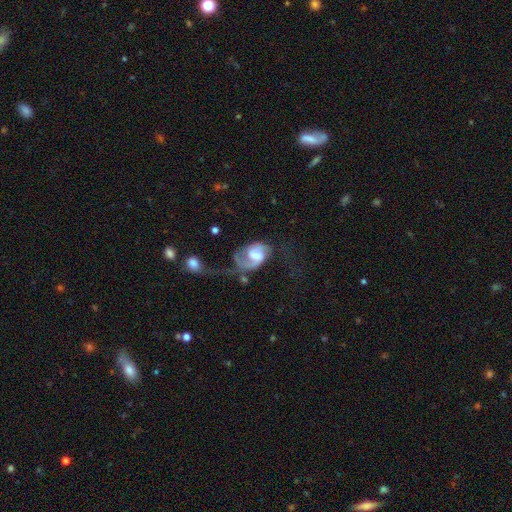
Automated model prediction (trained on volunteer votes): Smooth or featured?
  - featured or disk: 78% *
  - smooth: 15%
  - star or artifact: 6%
Edge-on disk?
  - no: 98% *
  - yes: 2%
Bar?
  - weak: 53% *
  - no: 30%
  - strong: 17%
Spiral arms?
  - yes: 92% *
  - no: 8%
Spiral winding?
  - medium: 43% *
  - loose: 38%
  - tight: 19%
Spiral arm count?
  - 2: 78% *
  - 1: 11%
  - can't tell: 7%
  - 3: 2%
  - 4: 1%
  - more than 4: 1%
Bulge size?
  - moderate: 51% *
  - small: 28%
  - large: 13%
  - none: 7%
  - dominant: 2%
Merging?
  - major disturbance: 42% *
  - none: 27%
  - minor disturbance: 17%
  - merger: 15%